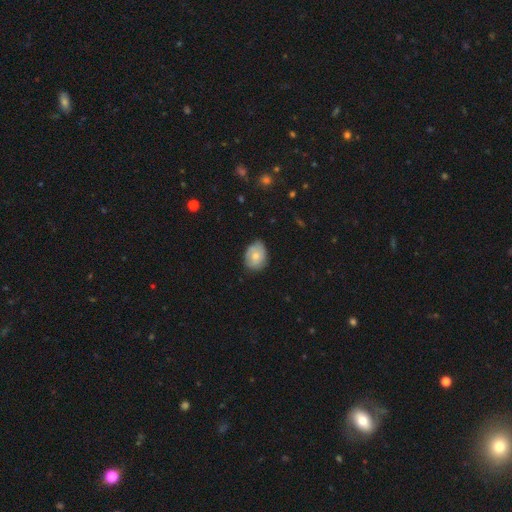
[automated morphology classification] This appears to be a smooth galaxy with no disk features (68%) that is in between round and cigar-shaped (62%). Merging: none (67%).